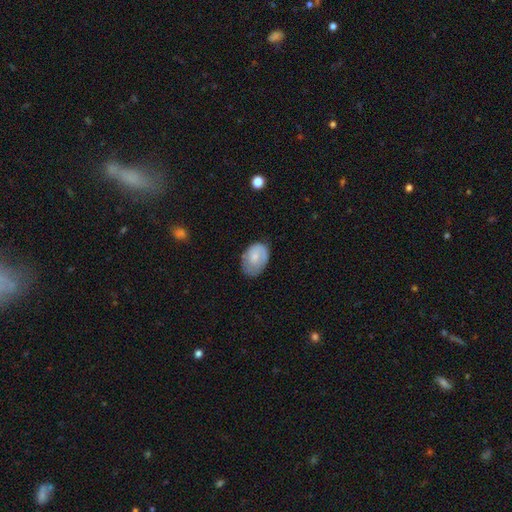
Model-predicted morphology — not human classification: type=smooth (71%); roundness=in between (82%); merging=none (63%).